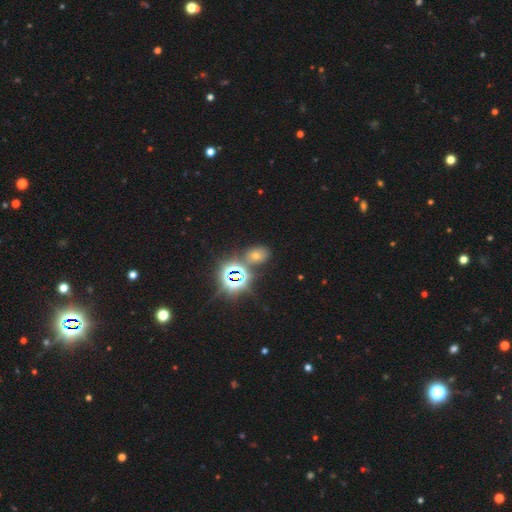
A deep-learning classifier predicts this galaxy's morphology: The model was most divided on "smooth or featured": star or artifact: 58%, smooth: 31%, featured or disk: 12%.